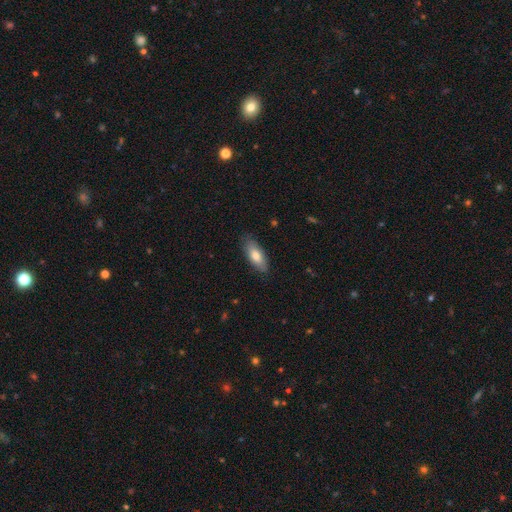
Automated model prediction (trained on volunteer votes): Smooth or featured? Predicted: smooth (p=0.76). How rounded? Predicted: in between (p=0.77). Merging? Predicted: none (p=0.83).